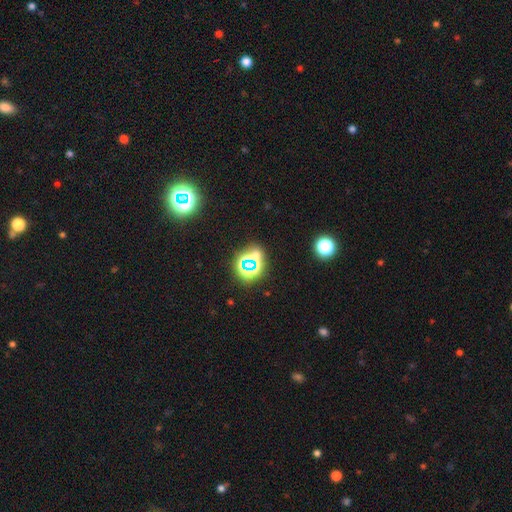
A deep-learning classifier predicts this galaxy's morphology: This is likely a star or artifact rather than a galaxy (64%).